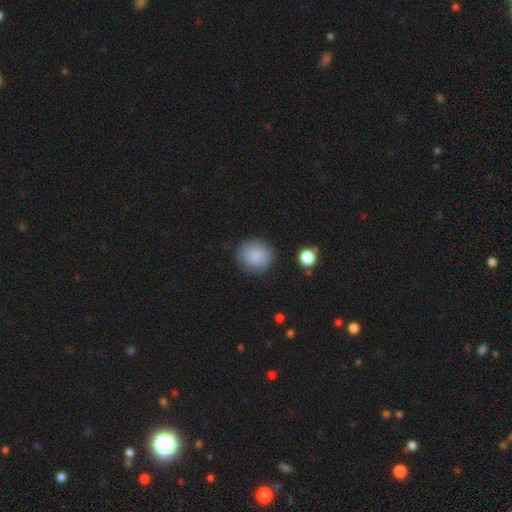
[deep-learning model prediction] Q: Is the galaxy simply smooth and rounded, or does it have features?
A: smooth — 84%.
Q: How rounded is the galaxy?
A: round — 86%.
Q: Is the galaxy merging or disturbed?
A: none — 82%.